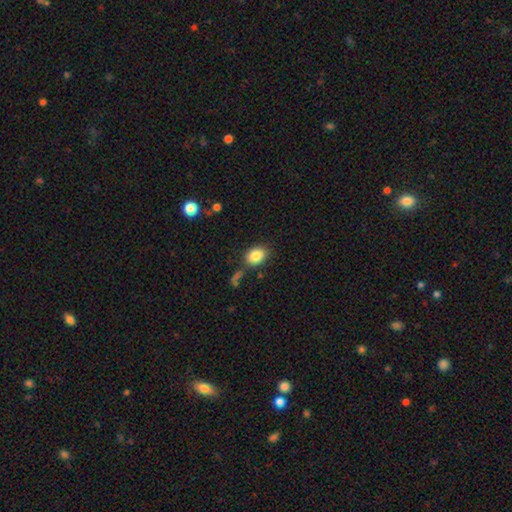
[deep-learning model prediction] Smooth or featured? smooth (85%)
How rounded? in between (69%)
Merging? none (77%)